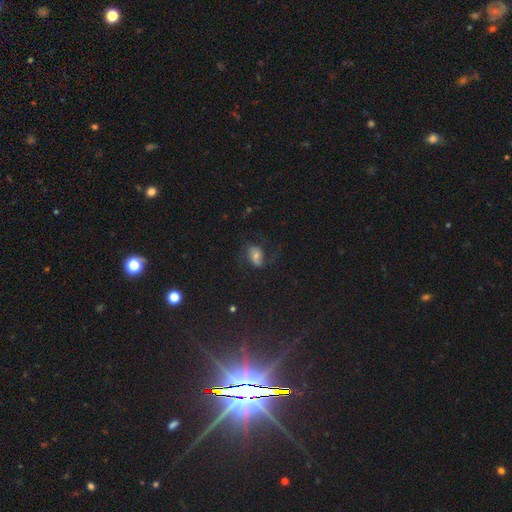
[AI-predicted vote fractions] Smooth or featured? featured or disk (43%)
Merging? none (54%)